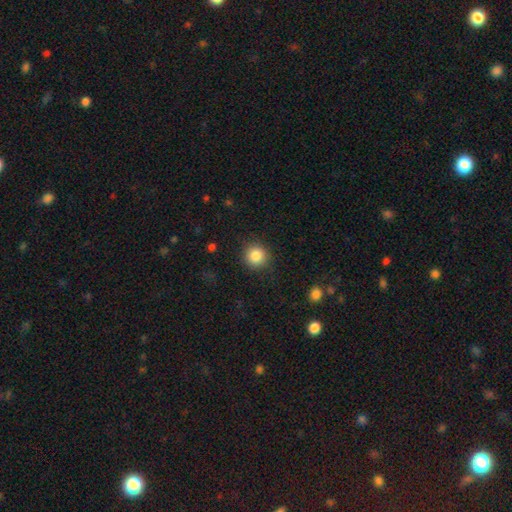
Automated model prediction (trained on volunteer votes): A smooth galaxy with no disk features (86%) that is round (93%). Merging: none (88%).